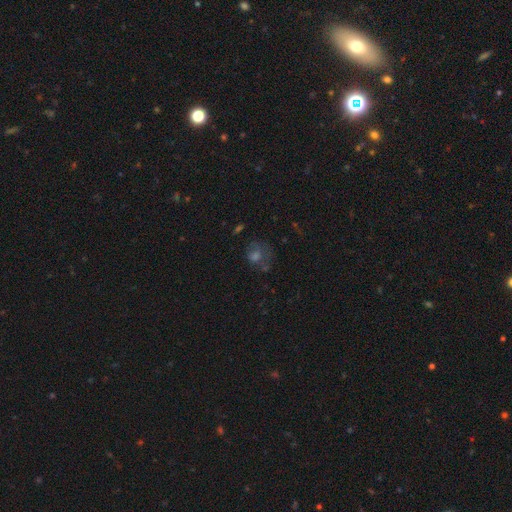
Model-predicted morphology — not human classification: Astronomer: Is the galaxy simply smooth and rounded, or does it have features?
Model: smooth — 44% (runner-up: featured or disk, 29%).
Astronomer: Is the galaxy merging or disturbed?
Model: none — 54%.